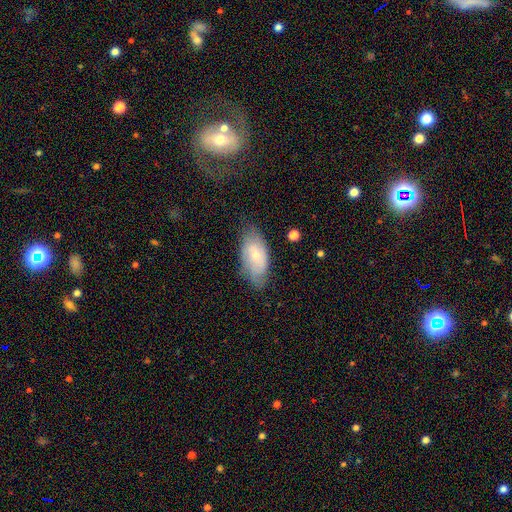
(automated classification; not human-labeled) The model was most divided on "smooth or featured": smooth: 54%, featured or disk: 39%, star or artifact: 7%. More confident: how rounded — in between (92%); merging — none (65%).